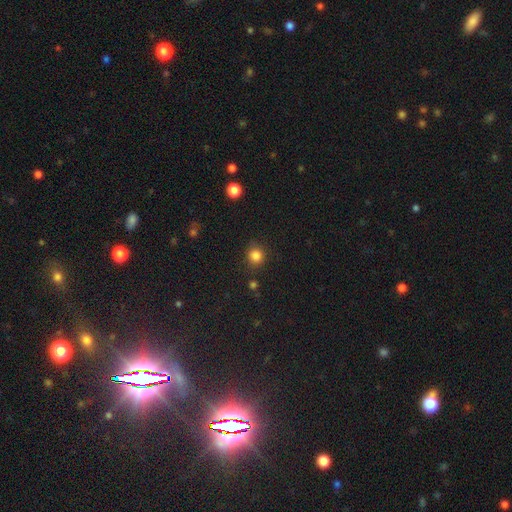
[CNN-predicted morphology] smooth-or-featured: smooth: 83% | star or artifact: 12% | featured or disk: 4%
  how-rounded: round: 86% | in between: 13% | cigar-shaped: 1%
  merging: none: 83% | minor disturbance: 11% | major disturbance: 3% | merger: 3%